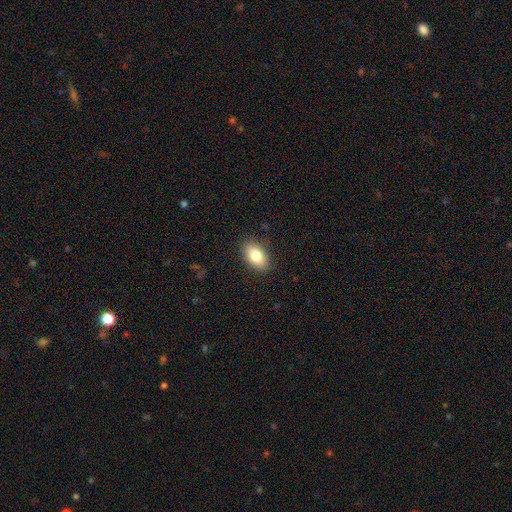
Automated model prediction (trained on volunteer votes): Q: Smooth or featured?
A: smooth (81%); runner-up: featured or disk (12%)
Q: How rounded?
A: in between (90%); runner-up: round (7%)
Q: Merging?
A: none (87%); runner-up: minor disturbance (10%)